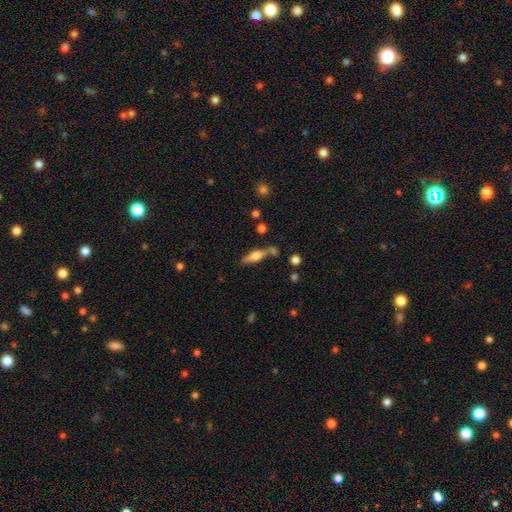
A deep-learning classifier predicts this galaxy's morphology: Smooth or featured?
  - featured or disk: 59% *
  - smooth: 33%
  - star or artifact: 7%
Edge-on disk?
  - yes: 94% *
  - no: 6%
Edge-on bulge?
  - rounded: 91% *
  - boxy: 7%
  - none: 2%
Merging?
  - none: 68% *
  - minor disturbance: 14%
  - merger: 13%
  - major disturbance: 5%